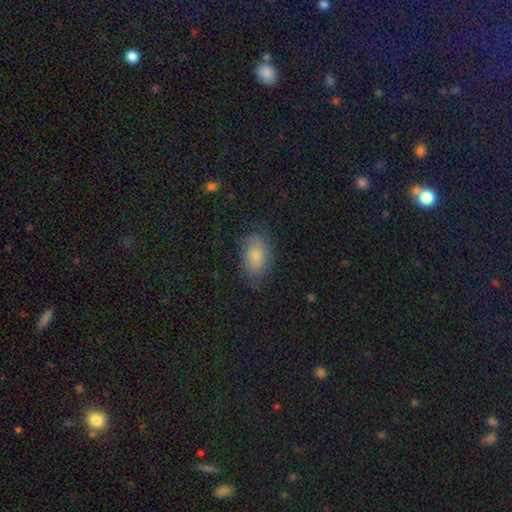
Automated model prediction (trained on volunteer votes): Overall: smooth (83%). How rounded: in between (91%). Merging: none (80%).